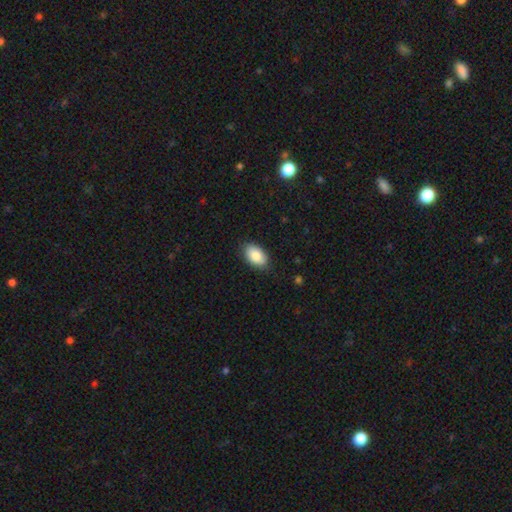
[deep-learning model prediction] Smooth or featured: smooth — 87% (featured or disk — 7%)
How rounded: in between — 93% (round — 6%)
Merging: none — 85% (minor disturbance — 11%)